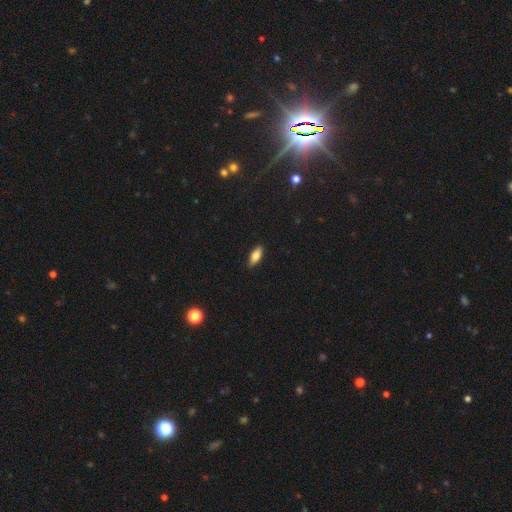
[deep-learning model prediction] This appears to be a smooth galaxy with no disk features (77%) that is in between round and cigar-shaped (77%). Merging: none (88%).